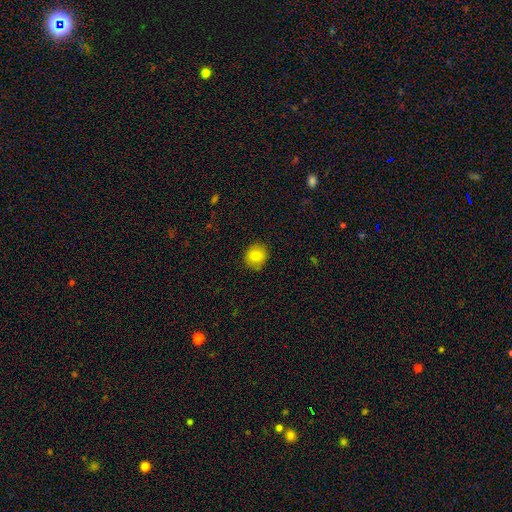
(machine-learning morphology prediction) smooth 81%, star or artifact 10%, featured or disk 9%. Down the decision tree: how rounded — round (82%); merging — none (87%).